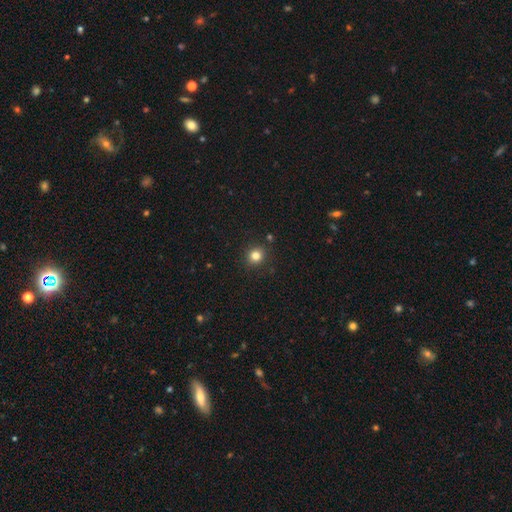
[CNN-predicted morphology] A smooth galaxy with no disk features (81%) that is round (89%). Merging: none (90%).